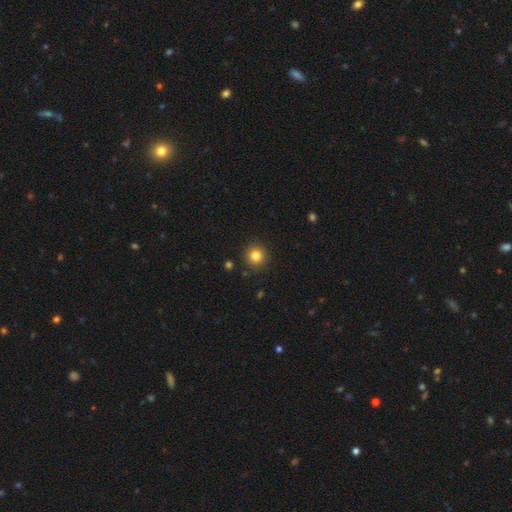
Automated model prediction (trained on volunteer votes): Smooth or featured?
  - smooth: 82% *
  - star or artifact: 12%
  - featured or disk: 6%
How rounded?
  - round: 94% *
  - in between: 5%
  - cigar-shaped: 1%
Merging?
  - none: 91% *
  - minor disturbance: 6%
  - major disturbance: 2%
  - merger: 2%